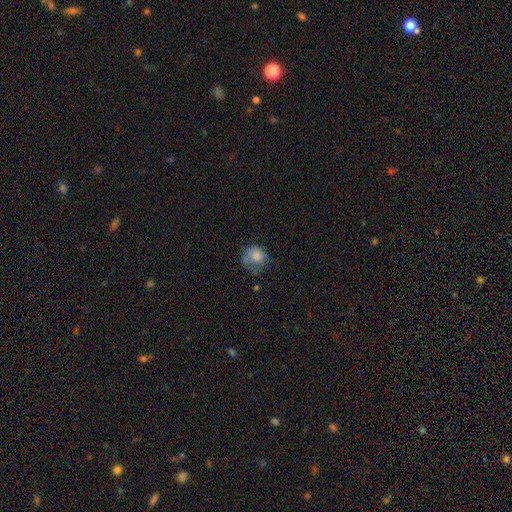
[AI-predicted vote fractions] This is likely a smooth galaxy (71%). How rounded: likely round (72%). Merging: marginally none (36%).